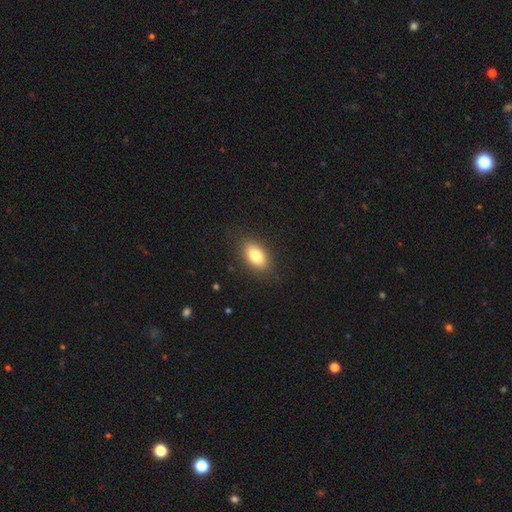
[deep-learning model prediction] Smooth or featured?
  - smooth: 81% *
  - featured or disk: 11%
  - star or artifact: 8%
How rounded?
  - in between: 89% *
  - round: 7%
  - cigar-shaped: 3%
Merging?
  - none: 85% *
  - minor disturbance: 11%
  - major disturbance: 3%
  - merger: 1%